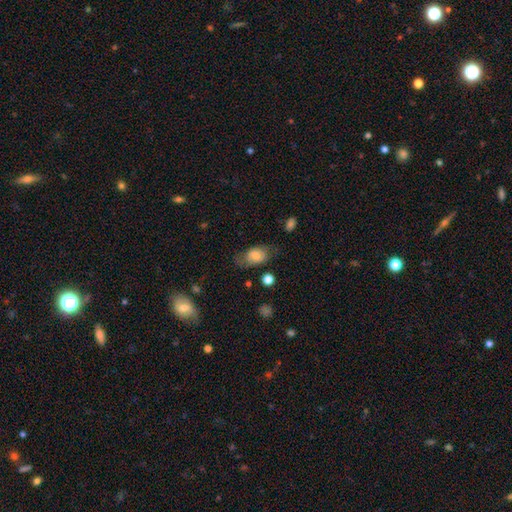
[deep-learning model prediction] Q: Smooth or featured?
A: smooth (73%); runner-up: featured or disk (19%)
Q: How rounded?
A: in between (81%); runner-up: round (16%)
Q: Merging?
A: none (60%); runner-up: minor disturbance (24%)